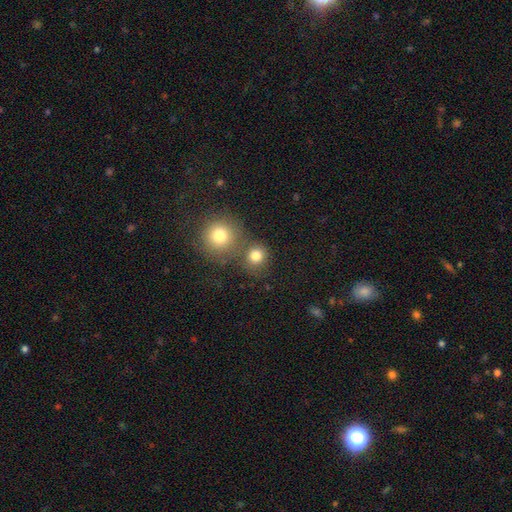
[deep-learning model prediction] Morphology: type=smooth (80%); roundness=round (87%); merging=none (61%).